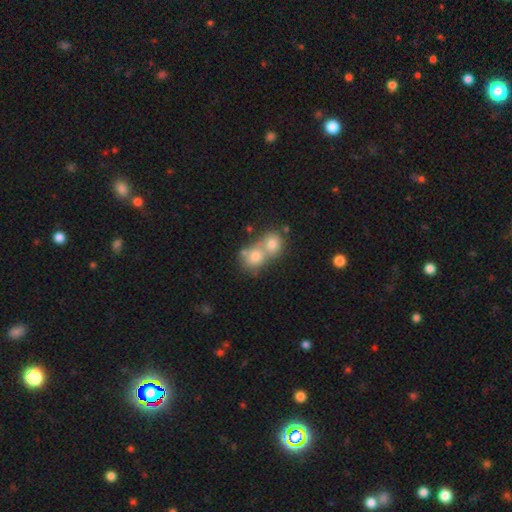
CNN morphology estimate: A smooth galaxy with no disk features (72%) that is round (75%). Merging: merger (66%).